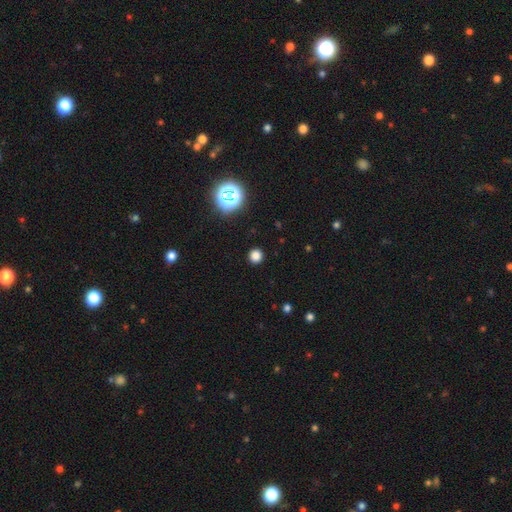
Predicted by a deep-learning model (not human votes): smooth 79%, star or artifact 17%, featured or disk 4%. Down the decision tree: how rounded — round (92%); merging — none (92%).